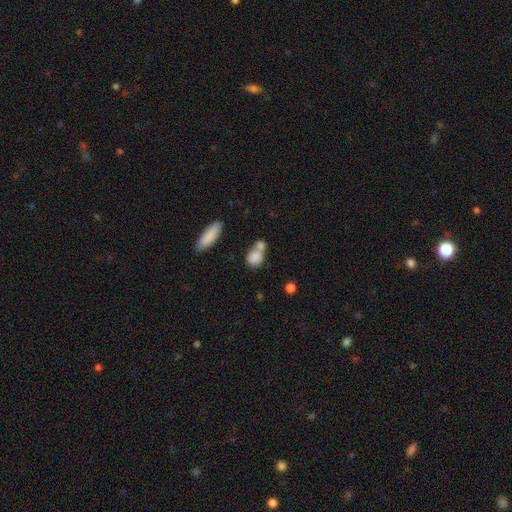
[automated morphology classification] Smooth or featured?
  - smooth: 81% *
  - featured or disk: 10%
  - star or artifact: 9%
How rounded?
  - in between: 51% *
  - round: 45%
  - cigar-shaped: 4%
Merging?
  - merger: 51% *
  - none: 33%
  - minor disturbance: 10%
  - major disturbance: 5%